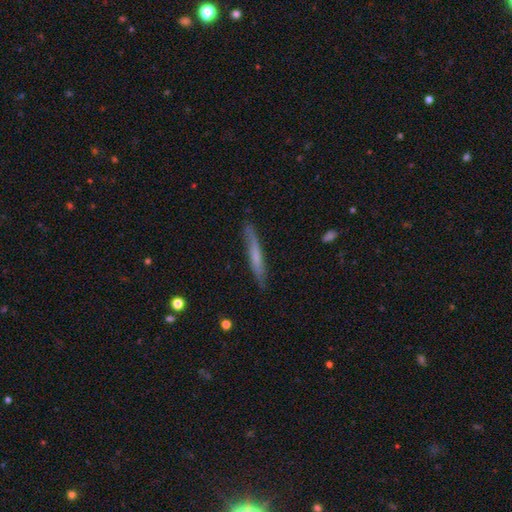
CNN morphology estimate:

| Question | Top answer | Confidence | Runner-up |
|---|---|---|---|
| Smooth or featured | smooth | 51% | featured or disk (42%) |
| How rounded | cigar-shaped | 95% | in between (3%) |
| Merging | none | 83% | minor disturbance (13%) |